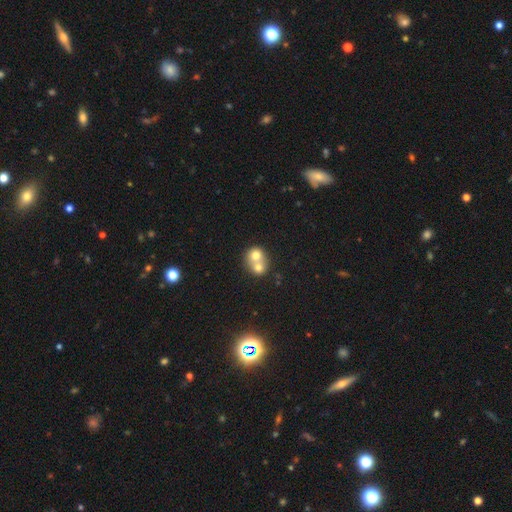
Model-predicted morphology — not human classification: smooth_or_featured: smooth (p=0.68) [alt: featured or disk p=0.23]
how_rounded: round (p=0.75) [alt: in between p=0.25]
merging: merger (p=0.72) [alt: none p=0.22]